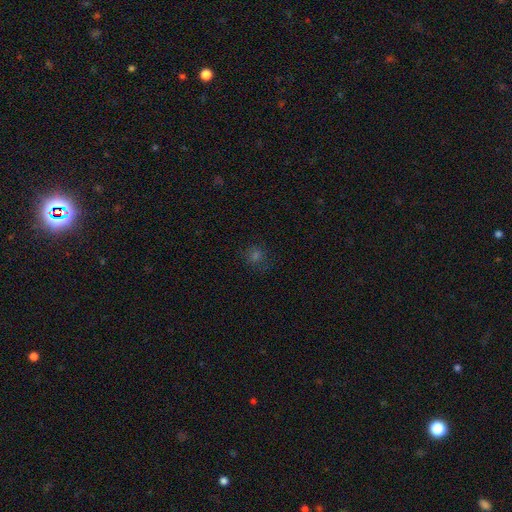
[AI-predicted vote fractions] The model was most divided on "smooth or featured": smooth: 59%, star or artifact: 32%, featured or disk: 9%. More confident: how rounded — round (88%); merging — none (84%).